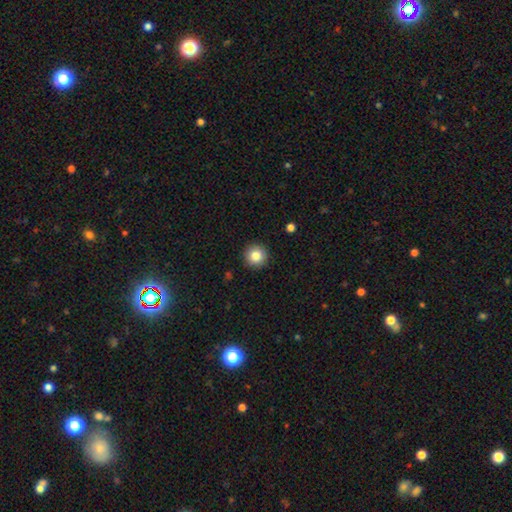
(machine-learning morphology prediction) Q: Smooth or featured?
A: smooth (83%); runner-up: star or artifact (10%)
Q: How rounded?
A: round (96%); runner-up: in between (3%)
Q: Merging?
A: none (92%); runner-up: minor disturbance (5%)